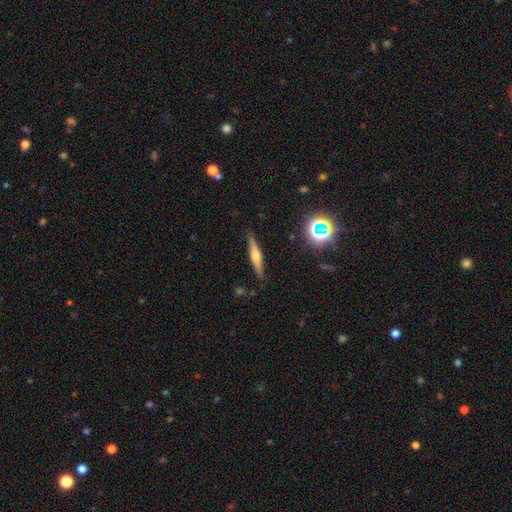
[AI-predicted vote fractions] Q: Smooth or featured?
A: featured or disk (52%); runner-up: smooth (38%)
Q: Edge-on disk?
A: yes (95%); runner-up: no (5%)
Q: Merging?
A: none (87%); runner-up: minor disturbance (9%)